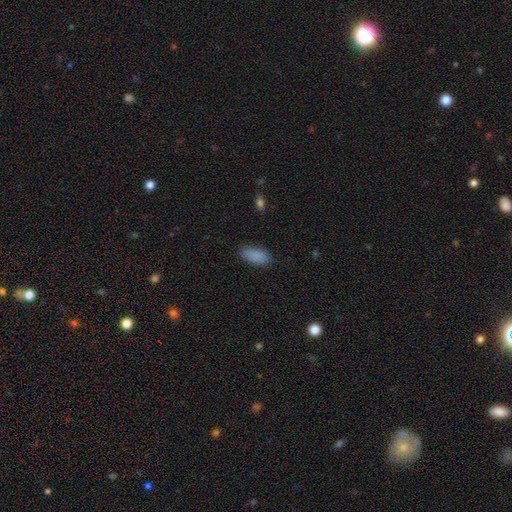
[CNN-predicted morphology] A smooth galaxy with no disk features (89%) that is in between round and cigar-shaped (87%). Merging: none (86%).